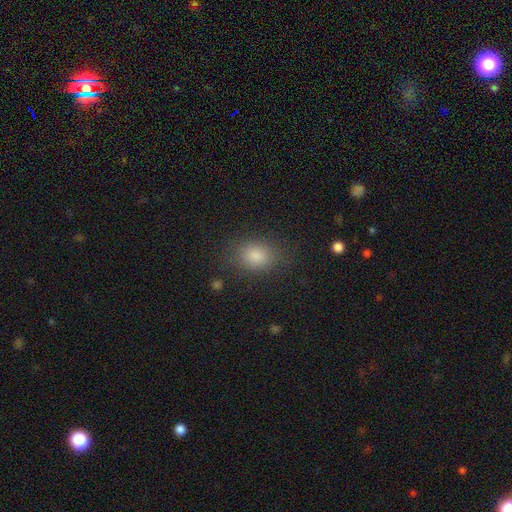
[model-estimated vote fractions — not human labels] Morphology: type=smooth (81%); roundness=in between (61%); merging=none (82%).